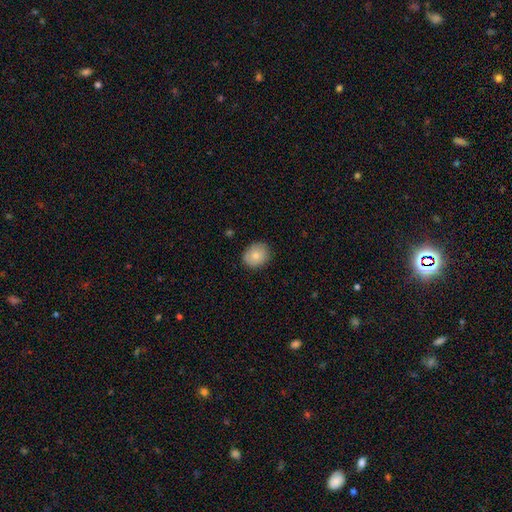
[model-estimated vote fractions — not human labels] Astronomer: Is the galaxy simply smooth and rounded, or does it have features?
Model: smooth — 82%.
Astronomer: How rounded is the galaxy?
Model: round — 62%.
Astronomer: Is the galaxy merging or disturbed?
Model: none — 86%.